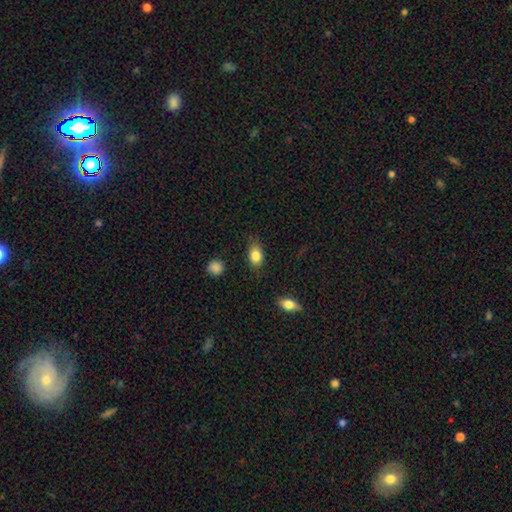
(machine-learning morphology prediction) Smooth or featured: smooth — 84% (featured or disk — 8%)
How rounded: in between — 78% (round — 20%)
Merging: none — 74% (minor disturbance — 20%)